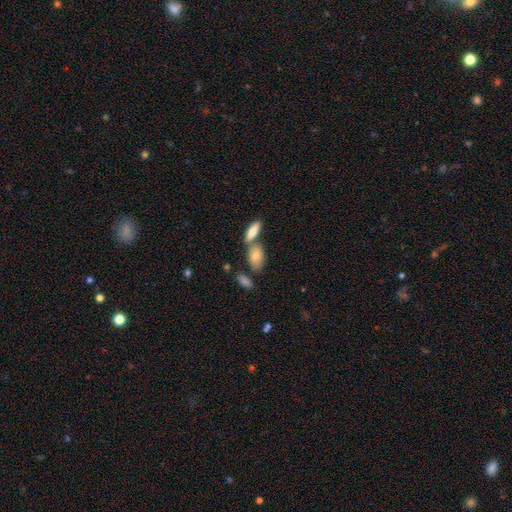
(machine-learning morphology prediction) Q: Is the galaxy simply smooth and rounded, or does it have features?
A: smooth — 77%.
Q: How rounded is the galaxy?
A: in between — 87%.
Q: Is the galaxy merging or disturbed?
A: none — 53%.